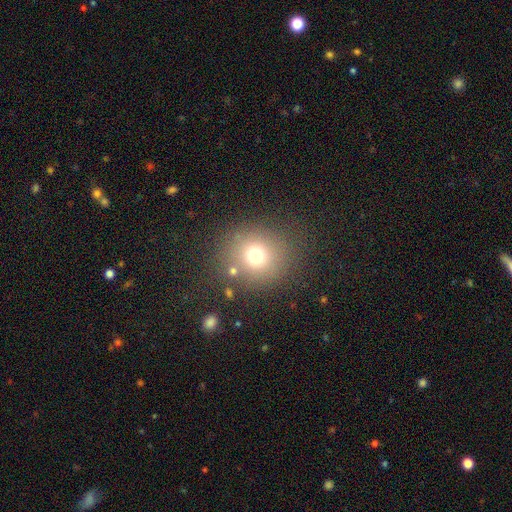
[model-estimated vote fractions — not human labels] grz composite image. It shows a smooth galaxy with no disk features (71%) that is round (87%). Merging: none (79%).